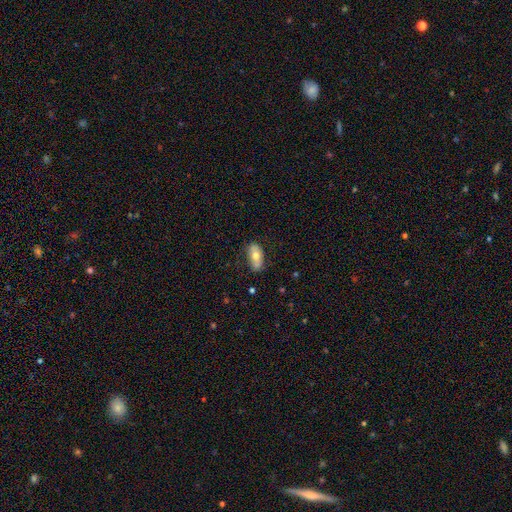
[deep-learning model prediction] smooth 65%, featured or disk 29%, star or artifact 7%. Down the decision tree: how rounded — in between (87%); merging — none (77%).